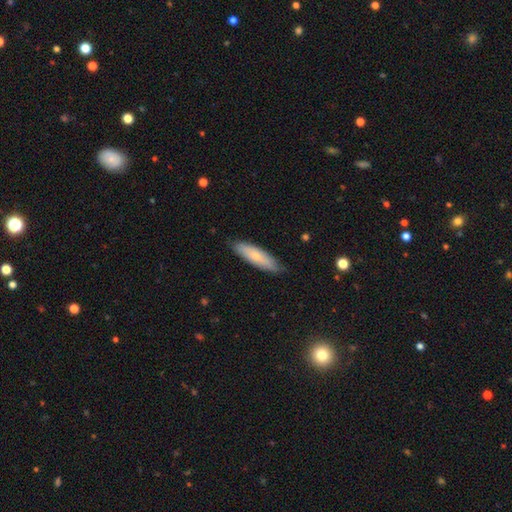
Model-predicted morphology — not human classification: A smooth galaxy with no disk features (68%) that is cigar-shaped (60%). Merging: none (82%).